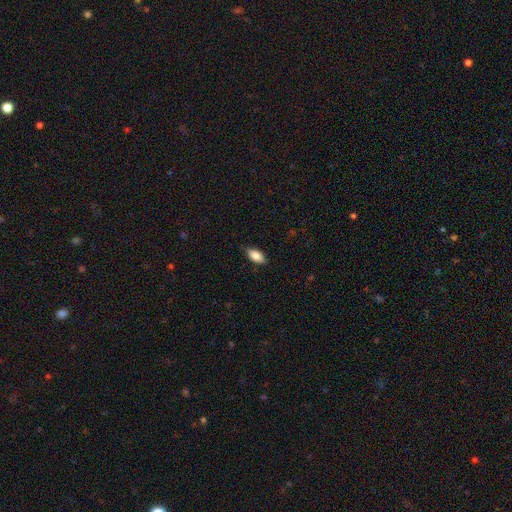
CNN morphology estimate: smooth-or-featured: smooth: 83% | featured or disk: 10% | star or artifact: 6%
  how-rounded: in between: 89% | cigar-shaped: 9% | round: 3%
  merging: none: 85% | minor disturbance: 12% | major disturbance: 2% | merger: 1%